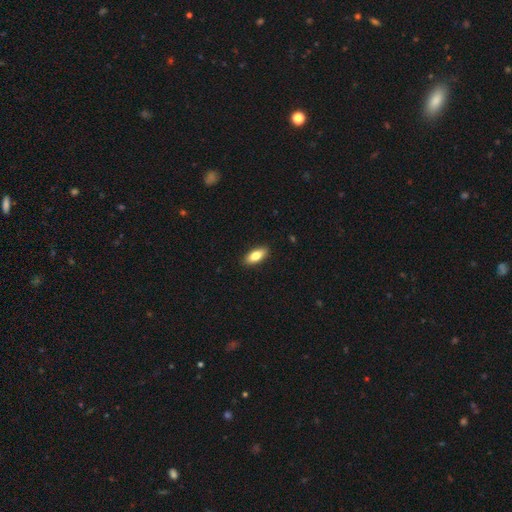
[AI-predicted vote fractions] Smooth or featured? smooth (81%)
How rounded? in between (84%)
Merging? none (90%)